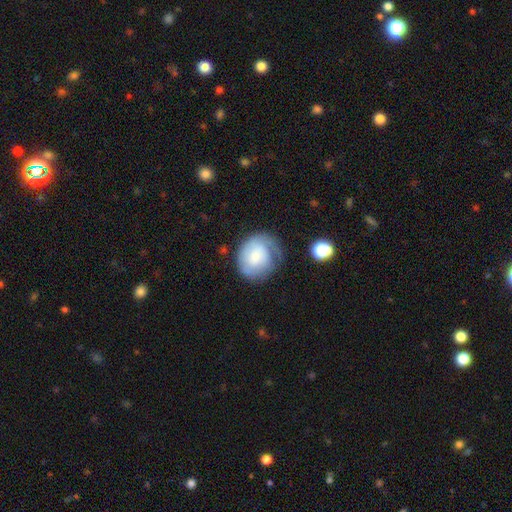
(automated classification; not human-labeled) Smooth or featured: smooth — 51% (featured or disk — 42%)
How rounded: round — 70% (in between — 29%)
Merging: none — 50% (minor disturbance — 28%)